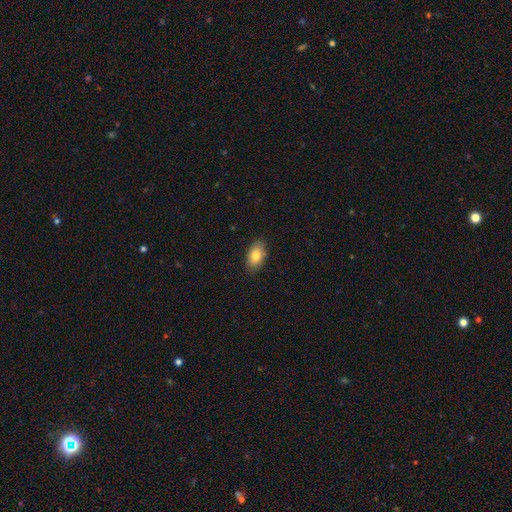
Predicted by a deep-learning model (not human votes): A smooth galaxy with no disk features (82%) that is in between round and cigar-shaped (92%). Merging: none (87%).